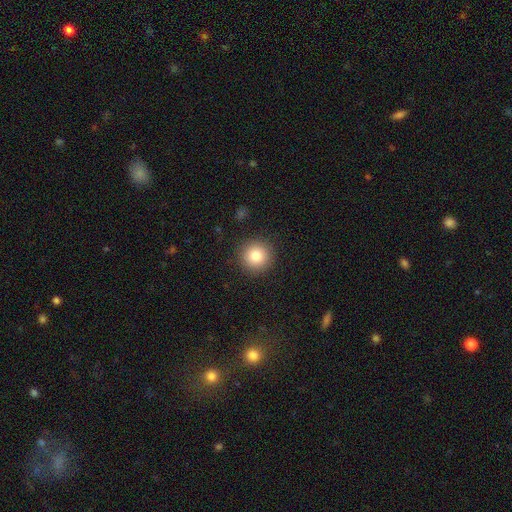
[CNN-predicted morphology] Smooth or featured? Predicted: smooth (p=0.82). How rounded? Predicted: round (p=0.95). Merging? Predicted: none (p=0.91).